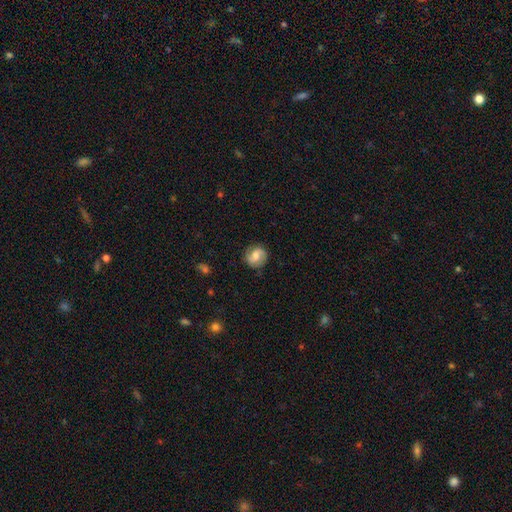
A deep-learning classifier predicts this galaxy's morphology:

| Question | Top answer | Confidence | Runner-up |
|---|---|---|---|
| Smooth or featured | featured or disk | 47% | smooth (45%) |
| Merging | none | 79% | minor disturbance (15%) |